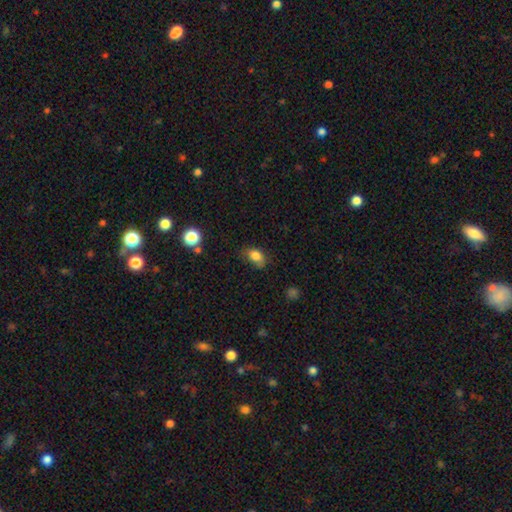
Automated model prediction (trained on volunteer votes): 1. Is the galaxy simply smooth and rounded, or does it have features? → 82% smooth, 10% star or artifact, 8% featured or disk.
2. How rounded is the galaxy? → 82% in between, 16% round, 2% cigar-shaped.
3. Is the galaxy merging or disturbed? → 59% none, 30% minor disturbance, 8% major disturbance, 2% merger.